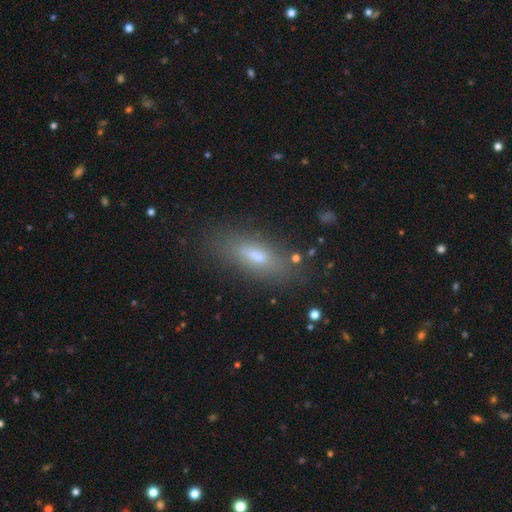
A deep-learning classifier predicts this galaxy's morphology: A smooth galaxy with no disk features (63%) that is in between round and cigar-shaped (54%). Merging: none (81%).